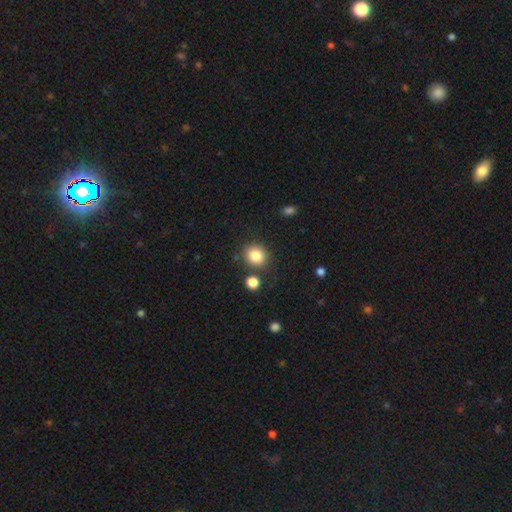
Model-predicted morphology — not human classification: Q: Smooth or featured?
A: smooth (84%); runner-up: star or artifact (10%)
Q: How rounded?
A: round (80%); runner-up: in between (19%)
Q: Merging?
A: none (81%); runner-up: minor disturbance (9%)